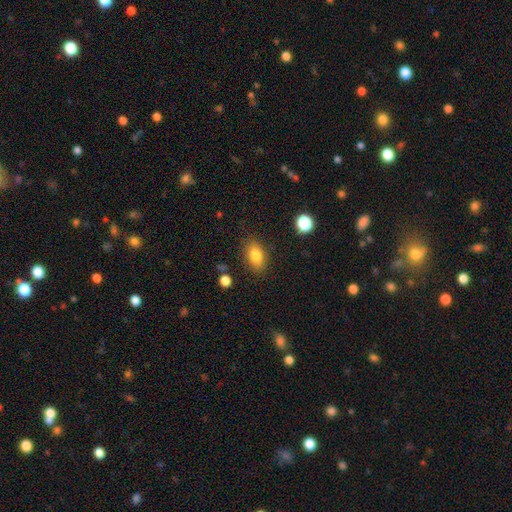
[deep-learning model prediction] Smooth or featured? Predicted: smooth (p=0.82). How rounded? Predicted: in between (p=0.86). Merging? Predicted: none (p=0.84).